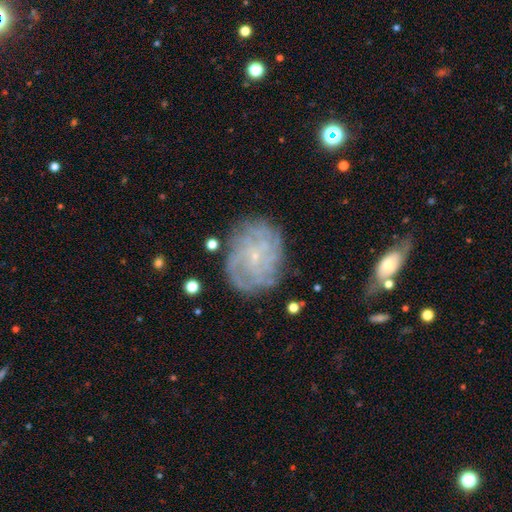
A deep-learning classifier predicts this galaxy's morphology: Smooth or featured?
  - featured or disk: 78% *
  - smooth: 14%
  - star or artifact: 8%
Edge-on disk?
  - no: 97% *
  - yes: 3%
Bar?
  - no: 72% *
  - weak: 23%
  - strong: 4%
Spiral arms?
  - yes: 90% *
  - no: 10%
Spiral winding?
  - tight: 67% *
  - medium: 25%
  - loose: 8%
Spiral arm count?
  - can't tell: 41% *
  - 4: 19%
  - more than 4: 12%
  - 3: 12%
  - 2: 10%
  - 1: 7%
Bulge size?
  - small: 85% *
  - moderate: 7%
  - none: 5%
  - large: 1%
  - dominant: 1%
Merging?
  - none: 75% *
  - minor disturbance: 16%
  - major disturbance: 6%
  - merger: 2%